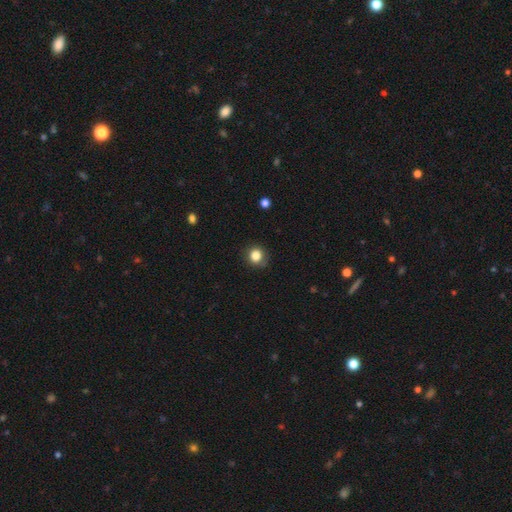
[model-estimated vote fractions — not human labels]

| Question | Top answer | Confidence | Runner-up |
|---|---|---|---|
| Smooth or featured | smooth | 84% | star or artifact (12%) |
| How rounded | round | 88% | in between (11%) |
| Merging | none | 84% | minor disturbance (12%) |